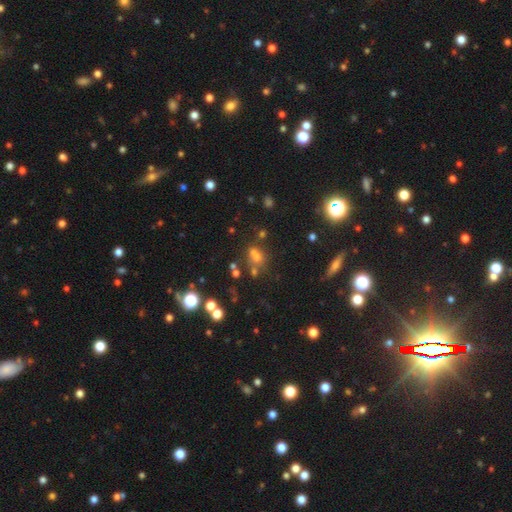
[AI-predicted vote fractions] smooth-or-featured: smooth: 57% | star or artifact: 28% | featured or disk: 15%
  how-rounded: in between: 57% | round: 39% | cigar-shaped: 4%
  merging: none: 47% | merger: 28% | minor disturbance: 15% | major disturbance: 10%